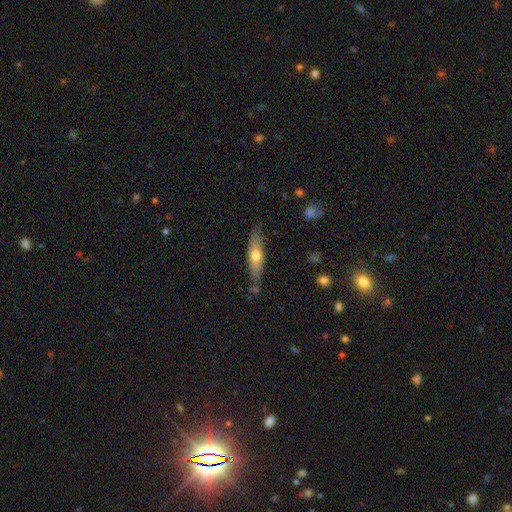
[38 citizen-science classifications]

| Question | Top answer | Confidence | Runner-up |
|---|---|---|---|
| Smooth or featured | featured or disk | 50% | smooth (47%) |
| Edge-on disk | yes | 84% | no (16%) |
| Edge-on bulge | rounded | 69% | boxy (19%) |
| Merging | none | 73% | minor disturbance (22%) |